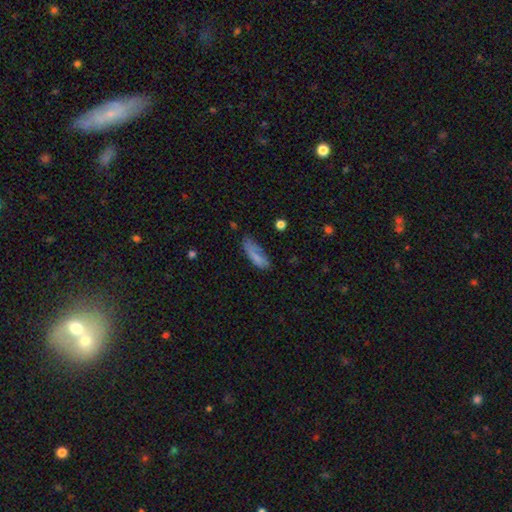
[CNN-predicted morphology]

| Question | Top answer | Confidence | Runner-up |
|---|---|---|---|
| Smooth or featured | smooth | 73% | featured or disk (18%) |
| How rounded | in between | 53% | cigar-shaped (45%) |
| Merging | none | 49% | minor disturbance (31%) |